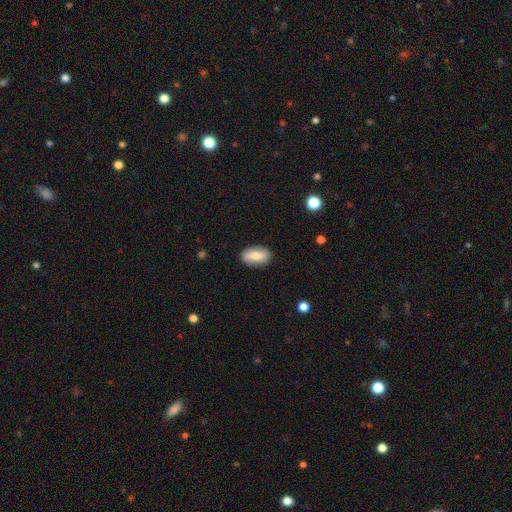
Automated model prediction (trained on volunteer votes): Smooth or featured? Predicted: smooth (p=0.68). How rounded? Predicted: in between (p=0.89). Merging? Predicted: none (p=0.87).